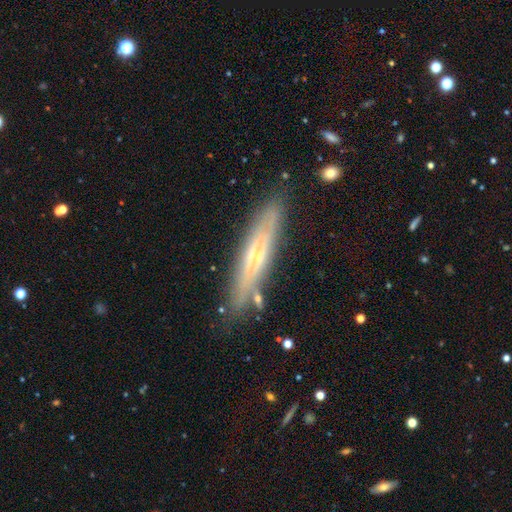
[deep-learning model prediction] Overall: featured or disk (61%; smooth 32%). Edge-on disk: yes (77%). Merging: none (82%).